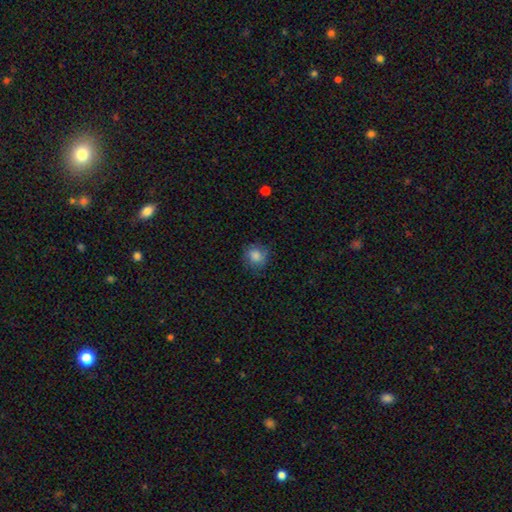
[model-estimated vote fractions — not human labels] smooth-or-featured: smooth: 81% | featured or disk: 10% | star or artifact: 9%
  how-rounded: round: 81% | in between: 18% | cigar-shaped: 1%
  merging: none: 75% | minor disturbance: 18% | major disturbance: 6% | merger: 1%